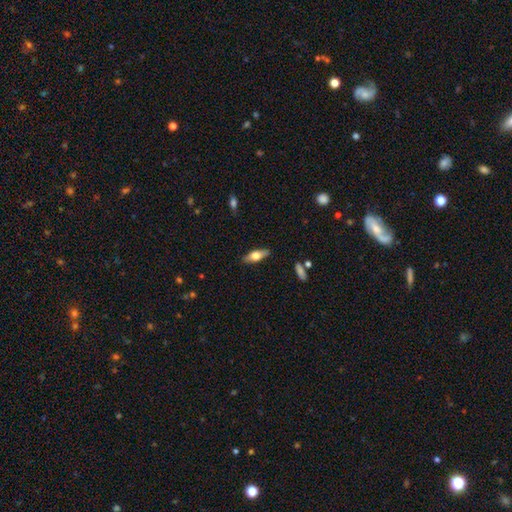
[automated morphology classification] Smooth or featured? Predicted: smooth (p=0.56). How rounded? Predicted: in between (p=0.63). Merging? Predicted: none (p=0.86).